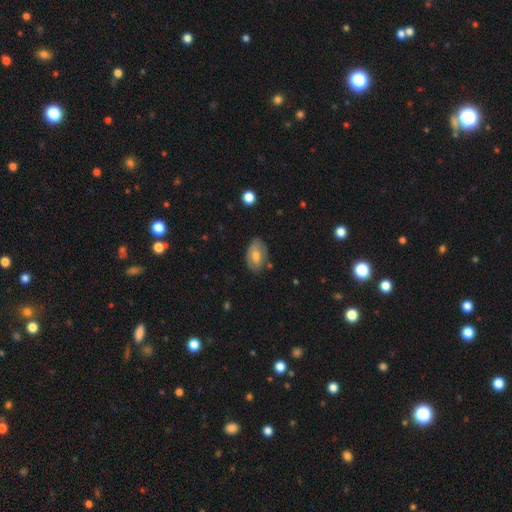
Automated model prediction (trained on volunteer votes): Smooth or featured? Predicted: smooth (p=0.52). How rounded? Predicted: in between (p=0.87). Merging? Predicted: none (p=0.69).